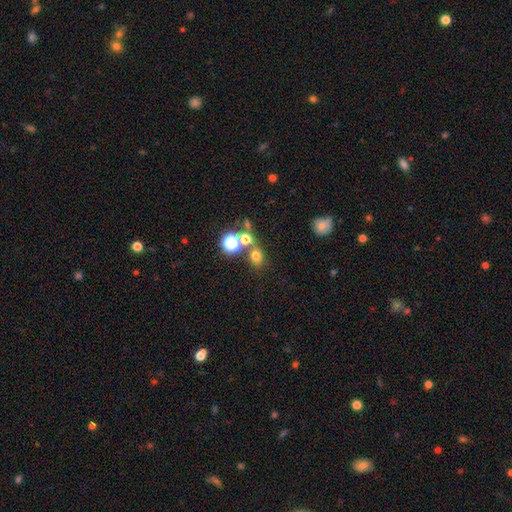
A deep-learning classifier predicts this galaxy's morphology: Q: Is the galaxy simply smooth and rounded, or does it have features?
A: smooth — 68%.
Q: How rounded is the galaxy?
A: round — 61%.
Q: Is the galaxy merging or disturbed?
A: none — 61%.